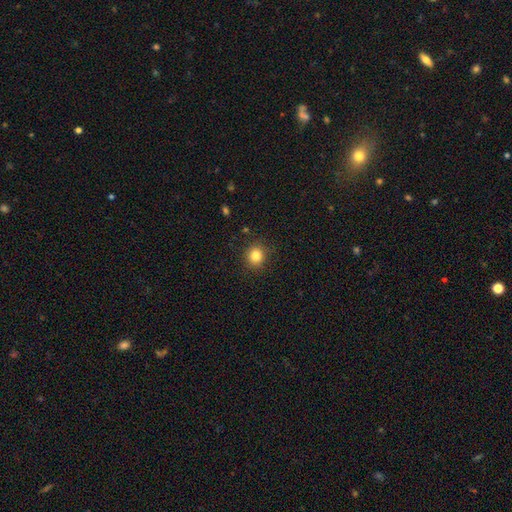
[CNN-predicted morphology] smooth 84%, star or artifact 11%, featured or disk 5%. Down the decision tree: how rounded — round (87%); merging — none (89%).